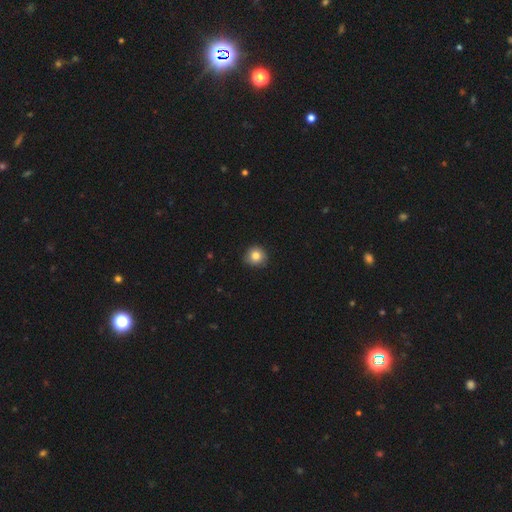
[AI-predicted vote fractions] smooth_or_featured: smooth (p=0.84) [alt: star or artifact p=0.10]
how_rounded: round (p=0.91) [alt: in between p=0.08]
merging: none (p=0.87) [alt: minor disturbance p=0.10]